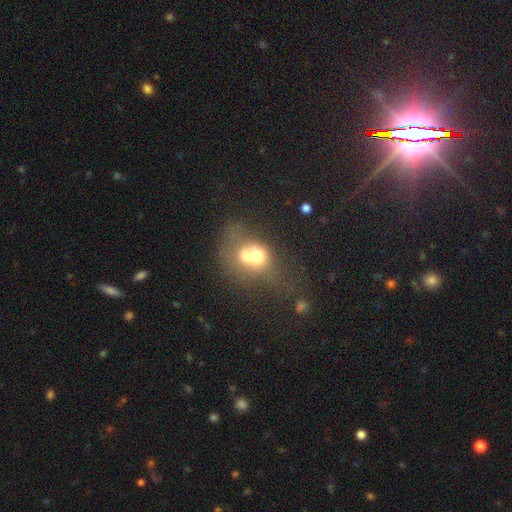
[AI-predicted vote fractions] Smooth or featured? smooth (57%)
How rounded? round (57%)
Merging? merger (65%)